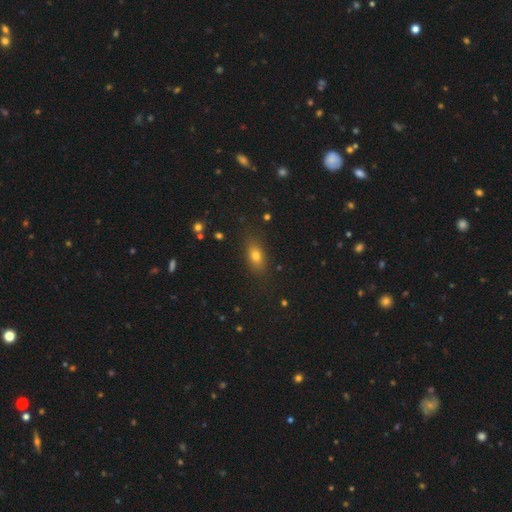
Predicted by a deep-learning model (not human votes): This is likely a smooth galaxy (74%). How rounded: likely in between (75%). Merging: clearly none (83%).